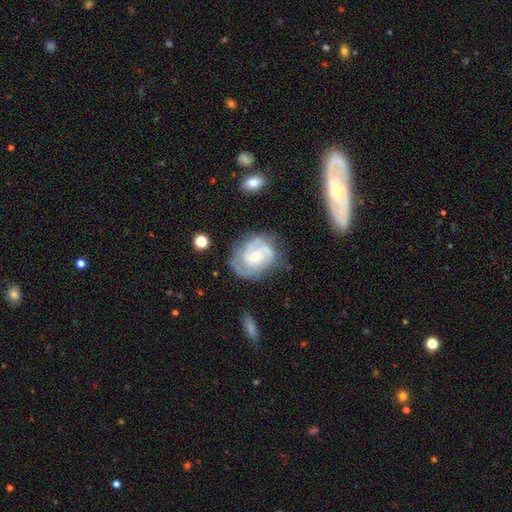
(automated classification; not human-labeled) Smooth or featured?
  - featured or disk: 73% *
  - smooth: 21%
  - star or artifact: 6%
Edge-on disk?
  - no: 97% *
  - yes: 3%
Bar?
  - no: 46% *
  - weak: 44%
  - strong: 9%
Spiral arms?
  - yes: 87% *
  - no: 13%
Spiral winding?
  - tight: 46% *
  - medium: 40%
  - loose: 14%
Spiral arm count?
  - 2: 42% *
  - can't tell: 30%
  - 3: 16%
  - 1: 5%
  - 4: 4%
  - more than 4: 3%
Bulge size?
  - small: 59% *
  - moderate: 35%
  - none: 3%
  - large: 2%
  - dominant: 1%
Merging?
  - none: 61% *
  - minor disturbance: 23%
  - major disturbance: 12%
  - merger: 3%